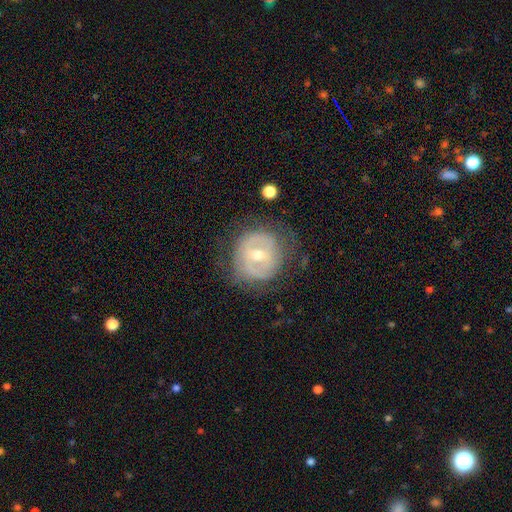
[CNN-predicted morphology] This appears to be a featured or disk galaxy (66%) with a weak bar (41%), no spiral arms (55%) and a moderate central bulge (53%). Merging: none (75%).